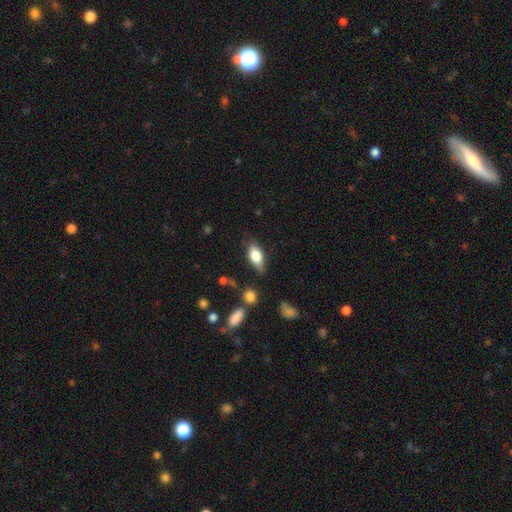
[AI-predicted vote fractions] A smooth galaxy with no disk features (69%) that is in between round and cigar-shaped (82%). Merging: none (69%).